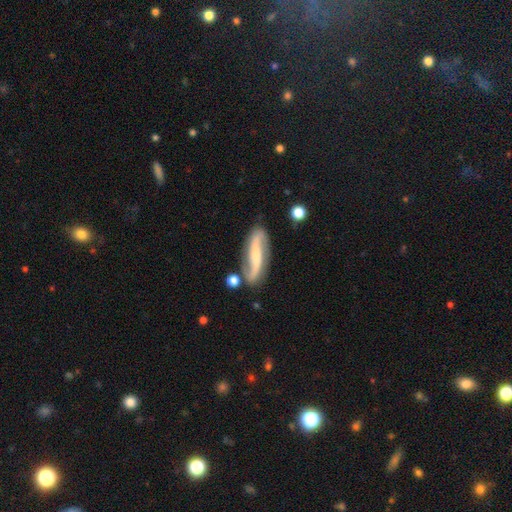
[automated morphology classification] This appears to be a featured or disk galaxy (79%) with no bar (36%), 2 (92%) loose (56%) spiral arms (95%) and a small central bulge (49%). Merging: none (76%).